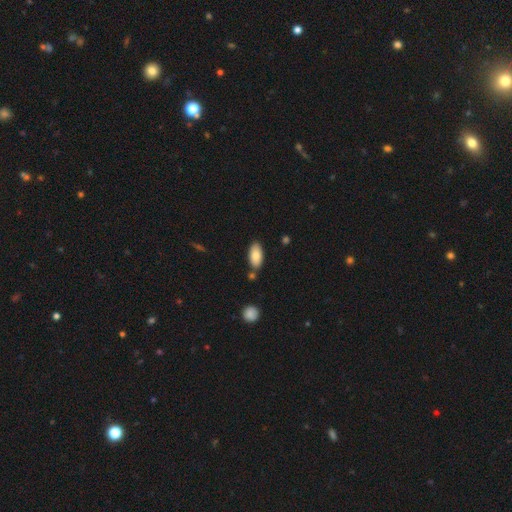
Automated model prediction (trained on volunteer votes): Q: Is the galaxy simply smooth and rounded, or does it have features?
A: smooth — 83%.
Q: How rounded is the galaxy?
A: in between — 92%.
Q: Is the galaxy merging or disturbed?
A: none — 78%.